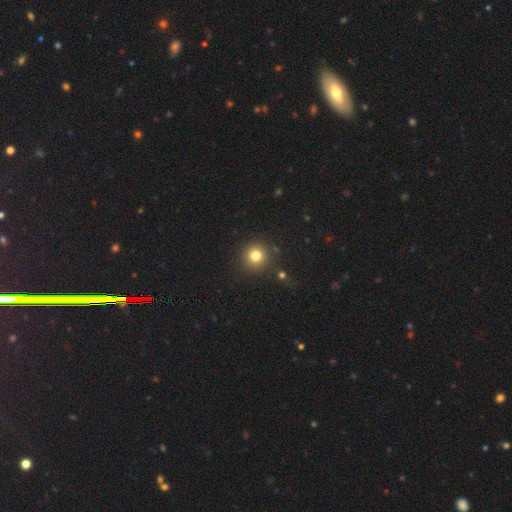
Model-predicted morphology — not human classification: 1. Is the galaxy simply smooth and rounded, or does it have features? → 81% smooth, 13% star or artifact, 6% featured or disk.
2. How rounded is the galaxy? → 93% round, 6% in between, 1% cigar-shaped.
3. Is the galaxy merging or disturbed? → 87% none, 7% minor disturbance, 3% merger, 3% major disturbance.